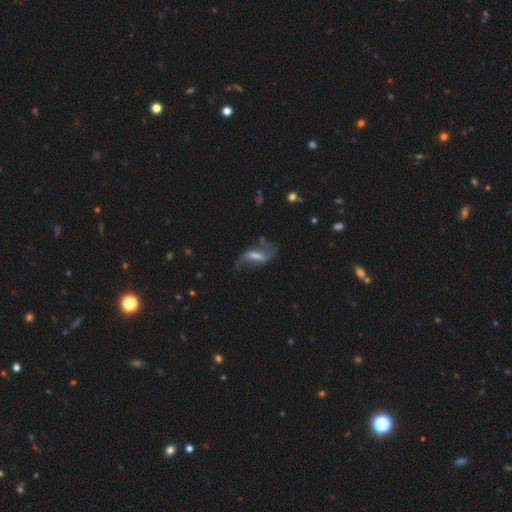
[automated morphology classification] type=featured or disk (72%); edge-on=no (92%); bar=strong (46%); spiral arms=yes (86%); winding=loose (78%); arm count=2 (87%); bulge=moderate (32%); merging=none (52%).